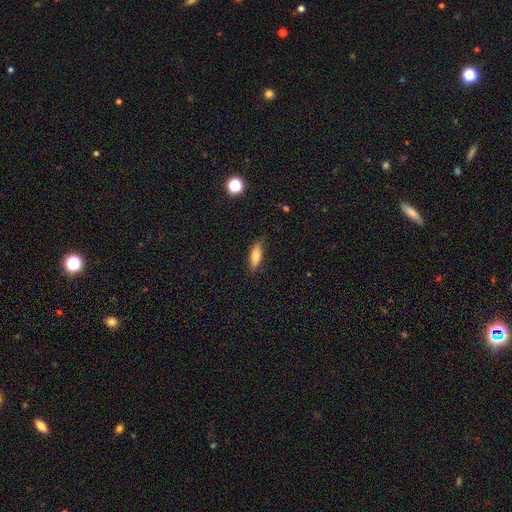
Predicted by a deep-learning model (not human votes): smooth-or-featured: smooth: 75% | featured or disk: 17% | star or artifact: 8%
  how-rounded: in between: 65% | cigar-shaped: 32% | round: 3%
  merging: none: 84% | minor disturbance: 13% | major disturbance: 2% | merger: 1%